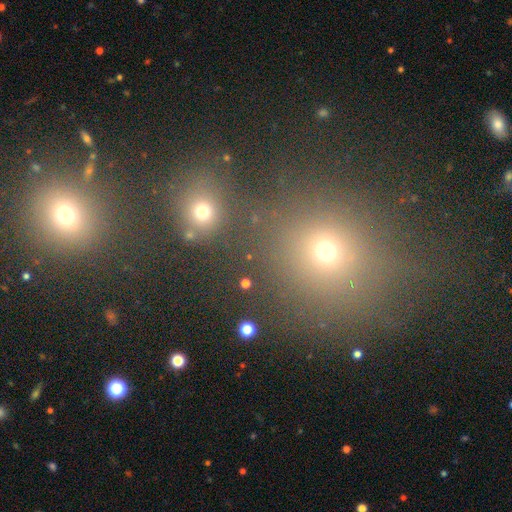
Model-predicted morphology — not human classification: smooth 55%, star or artifact 36%, featured or disk 9%. Down the decision tree: how rounded — round (84%); merging — none (74%).